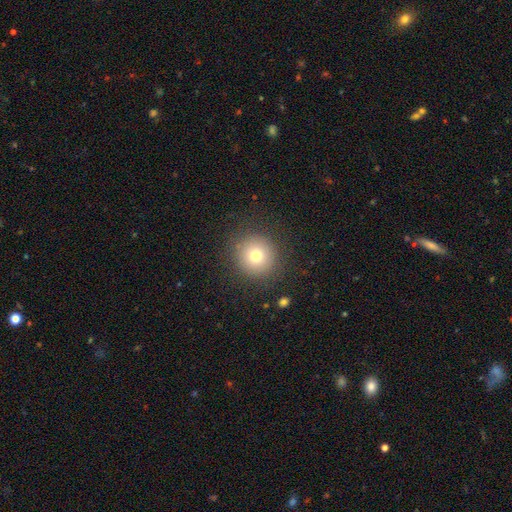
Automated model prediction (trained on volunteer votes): The model was most divided on "smooth or featured": smooth: 76%, star or artifact: 13%, featured or disk: 11%. More confident: how rounded — round (92%); merging — none (87%).